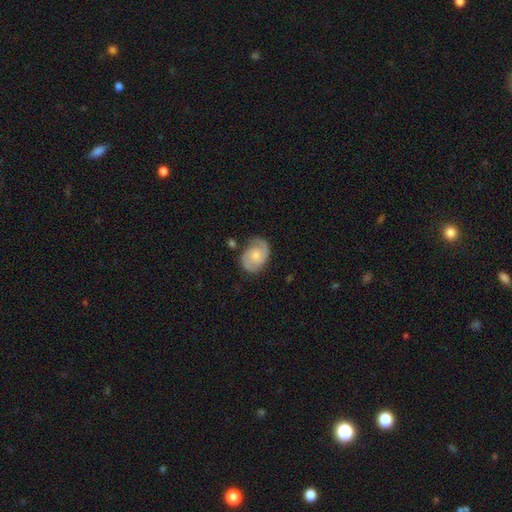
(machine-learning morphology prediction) smooth-or-featured: featured or disk: 74% | smooth: 20% | star or artifact: 6%
  disk-edge-on: no: 97% | yes: 3%
    bar: no: 68% | weak: 28% | strong: 4%
    has-spiral-arms: yes: 93% | no: 7%
      spiral-winding: medium: 47% | tight: 36% | loose: 17%
      spiral-arm-count: 2: 86% | can't tell: 7% | 1: 4% | 3: 2% | 4: 1% | more than 4: 1%
    bulge-size: small: 46% | moderate: 45% | none: 4% | large: 3% | dominant: 1%
  merging: none: 71% | minor disturbance: 19% | major disturbance: 7% | merger: 3%